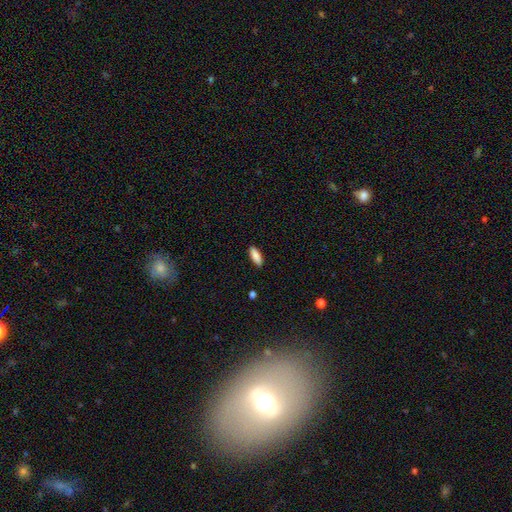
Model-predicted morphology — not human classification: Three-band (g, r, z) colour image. It shows a smooth galaxy with no disk features (89%) that is in between round and cigar-shaped (69%). Merging: none (89%).